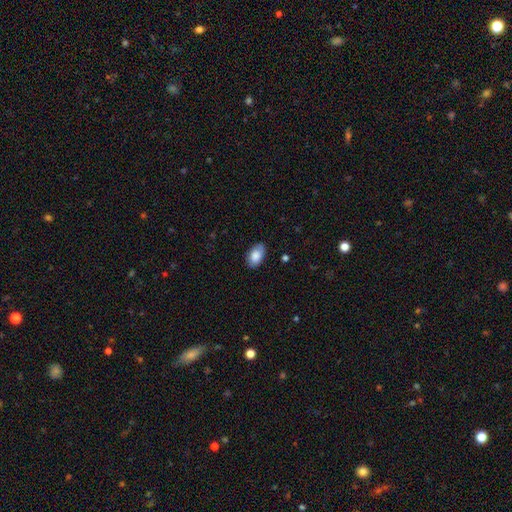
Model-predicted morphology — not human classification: Q: Smooth or featured?
A: smooth (83%); runner-up: featured or disk (11%)
Q: How rounded?
A: in between (92%); runner-up: round (6%)
Q: Merging?
A: none (82%); runner-up: minor disturbance (15%)